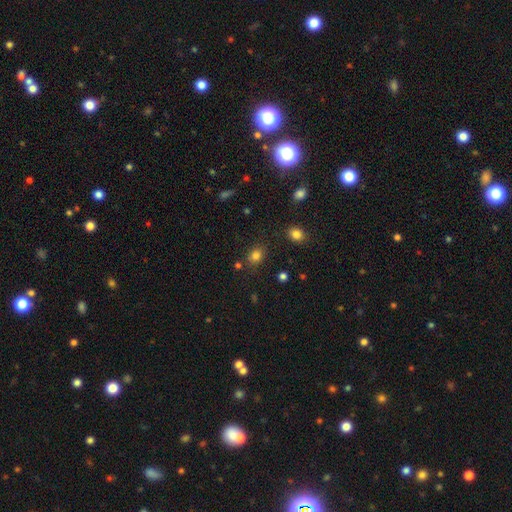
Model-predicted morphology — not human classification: Smooth or featured? Predicted: smooth (p=0.80). How rounded? Predicted: in between (p=0.50). Merging? Predicted: none (p=0.78).